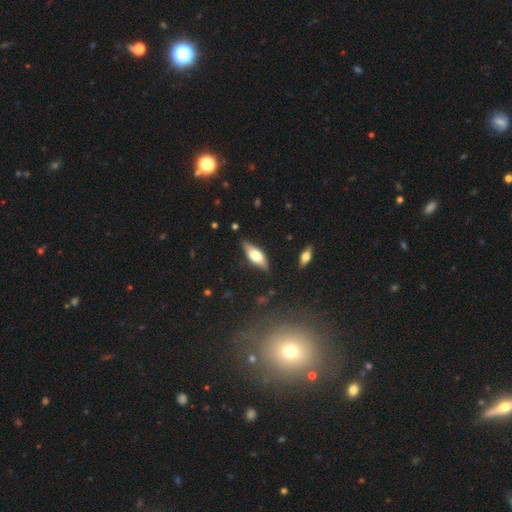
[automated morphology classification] smooth 50%, featured or disk 44%, star or artifact 6%. Down the decision tree: merging — none (81%).